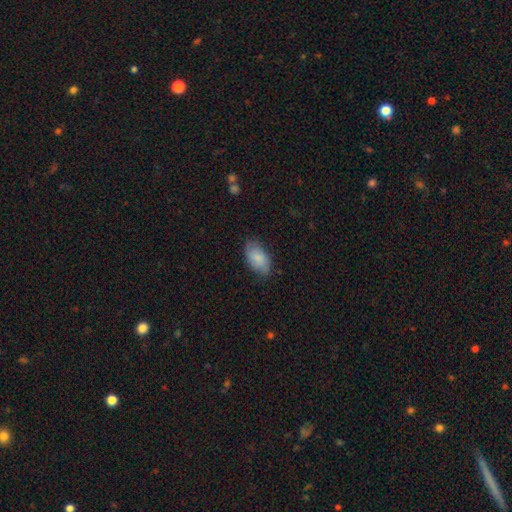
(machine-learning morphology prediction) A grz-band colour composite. It shows a smooth galaxy with no disk features (81%) that is in between round and cigar-shaped (94%). Merging: none (77%).